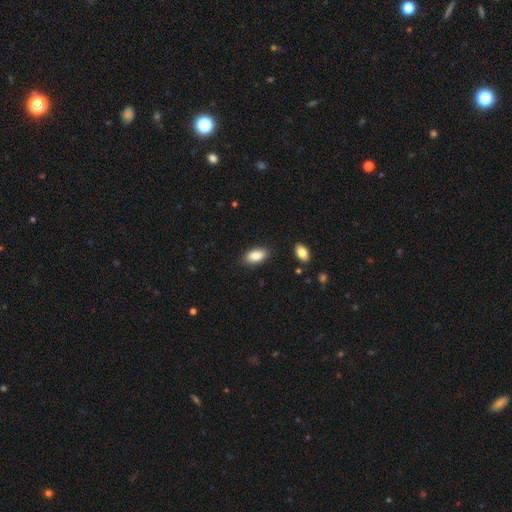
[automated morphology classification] smooth_or_featured: smooth (p=0.88) [alt: star or artifact p=0.07]
how_rounded: in between (p=0.92) [alt: cigar-shaped p=0.05]
merging: none (p=0.84) [alt: minor disturbance p=0.11]